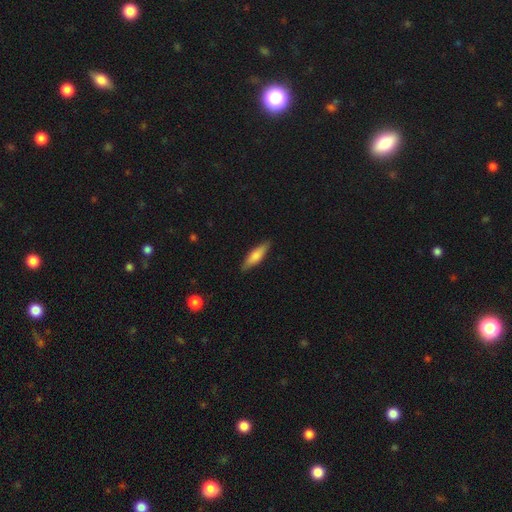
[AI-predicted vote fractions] This appears to be a smooth galaxy with no disk features (73%) that is cigar-shaped (63%). Merging: none (86%).